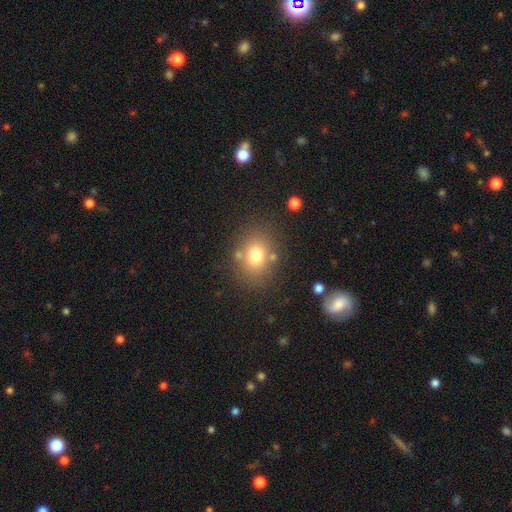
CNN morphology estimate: A smooth galaxy with no disk features (75%) that is in between round and cigar-shaped (51%). Merging: none (77%).